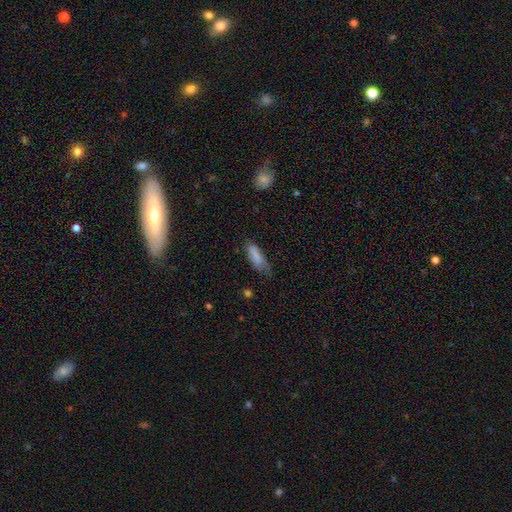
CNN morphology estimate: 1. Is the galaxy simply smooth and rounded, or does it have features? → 78% smooth, 14% featured or disk, 8% star or artifact.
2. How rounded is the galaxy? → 62% in between, 36% cigar-shaped, 2% round.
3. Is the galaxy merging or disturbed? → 44% none, 36% minor disturbance, 17% major disturbance, 3% merger.